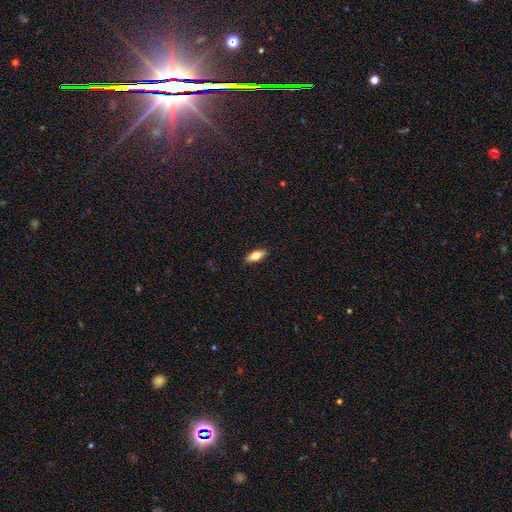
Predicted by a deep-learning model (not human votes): A smooth galaxy with no disk features (68%) that is in between round and cigar-shaped (77%).

Vote fractions:
- Smooth or featured? smooth: 68% / featured or disk: 25% / star or artifact: 7%
- How rounded? in between: 77% / cigar-shaped: 19% / round: 3%
- Merging? none: 90% / minor disturbance: 8% / major disturbance: 2% / merger: 1%